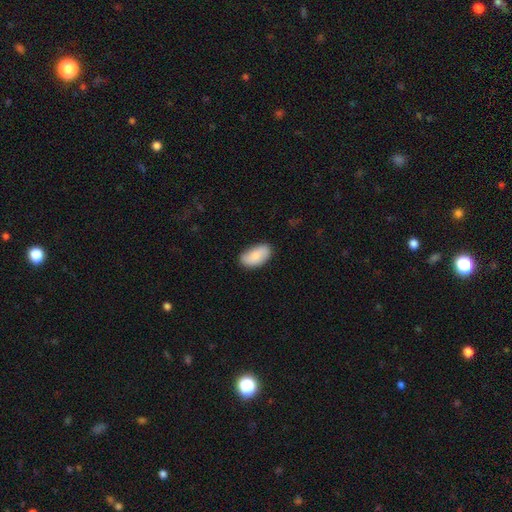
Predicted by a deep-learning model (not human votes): Morphology: type=smooth (82%); roundness=in between (94%); merging=none (81%).